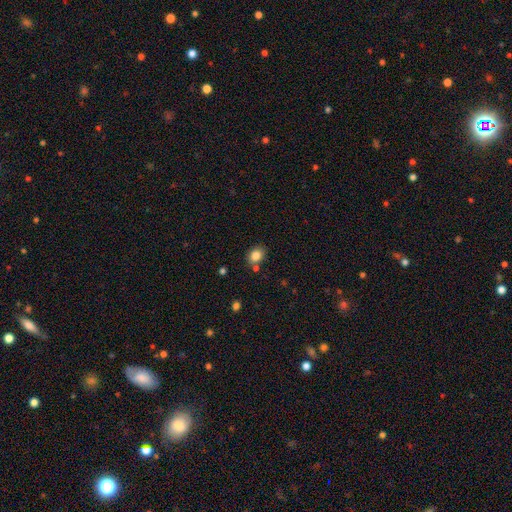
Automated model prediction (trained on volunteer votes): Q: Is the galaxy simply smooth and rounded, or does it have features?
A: smooth — 83%.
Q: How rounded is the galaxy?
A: in between — 52%.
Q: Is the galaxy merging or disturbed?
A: none — 74%.